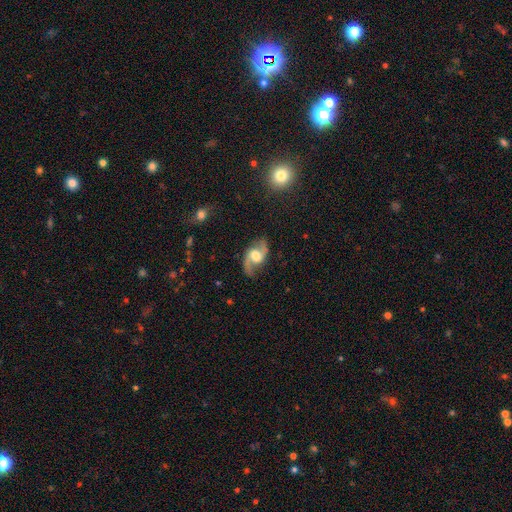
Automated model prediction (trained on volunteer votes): Smooth or featured?
  - featured or disk: 85% *
  - smooth: 9%
  - star or artifact: 6%
Edge-on disk?
  - no: 97% *
  - yes: 3%
Bar?
  - weak: 48% *
  - no: 39%
  - strong: 13%
Spiral arms?
  - yes: 95% *
  - no: 5%
Spiral winding?
  - loose: 55% *
  - medium: 37%
  - tight: 8%
Spiral arm count?
  - 2: 93% *
  - can't tell: 2%
  - 1: 2%
  - 3: 1%
  - 4: 1%
  - more than 4: 1%
Bulge size?
  - moderate: 59% *
  - large: 24%
  - small: 13%
  - none: 3%
  - dominant: 2%
Merging?
  - none: 79% *
  - minor disturbance: 14%
  - major disturbance: 5%
  - merger: 1%